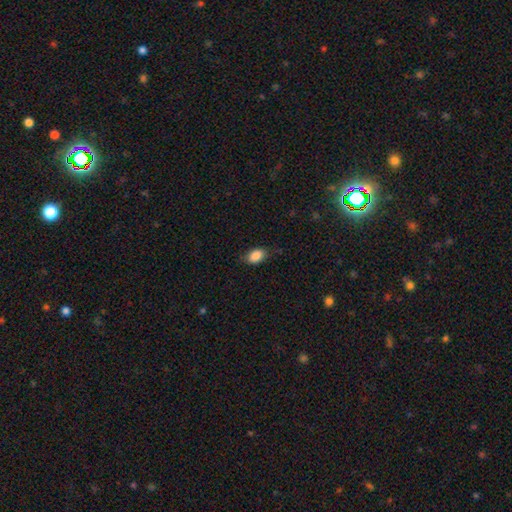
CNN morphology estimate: Overall: smooth (87%). How rounded: in between (87%). Merging: none (74%).